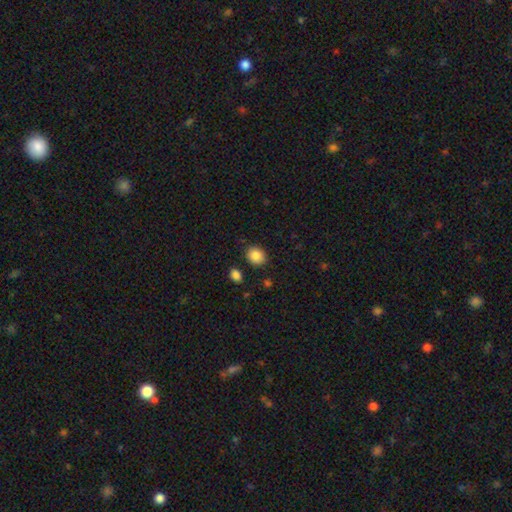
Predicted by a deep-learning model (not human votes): Morphology: type=smooth (87%); roundness=round (55%); merging=none (84%).